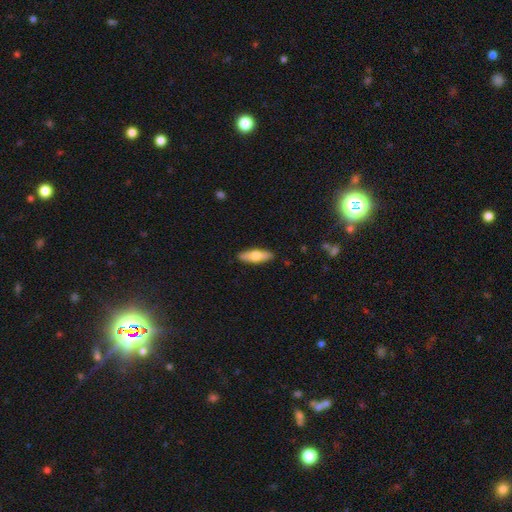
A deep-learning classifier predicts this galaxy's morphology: Smooth or featured? Predicted: smooth (p=0.64). How rounded? Predicted: in between (p=0.50). Merging? Predicted: none (p=0.89).